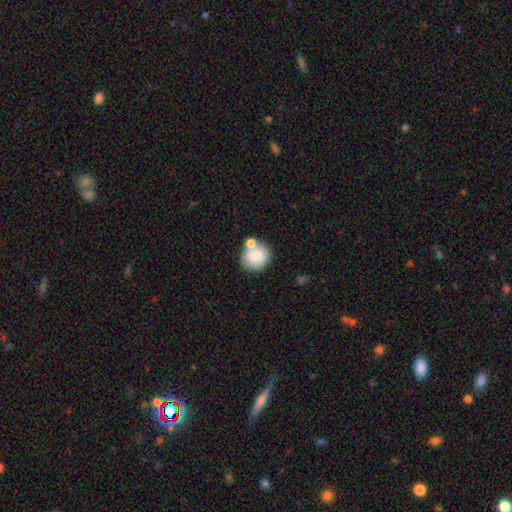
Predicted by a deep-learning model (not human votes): Smooth or featured?
  - smooth: 81% *
  - featured or disk: 12%
  - star or artifact: 7%
How rounded?
  - round: 77% *
  - in between: 22%
  - cigar-shaped: 1%
Merging?
  - none: 54% *
  - merger: 28%
  - minor disturbance: 13%
  - major disturbance: 5%